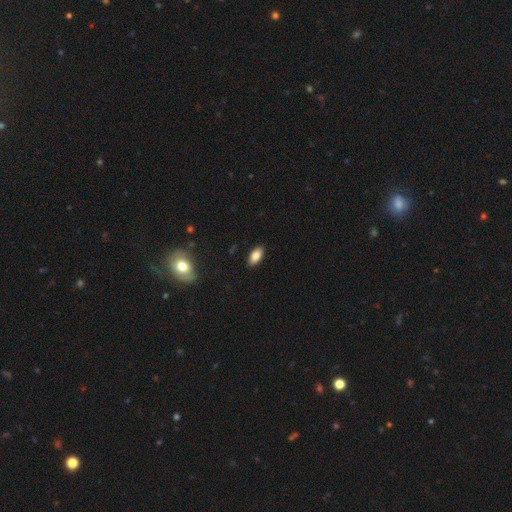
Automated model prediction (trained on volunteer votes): The model was most divided on "smooth or featured": smooth: 84%, featured or disk: 8%, star or artifact: 8%. More confident: how rounded — in between (91%); merging — none (88%).